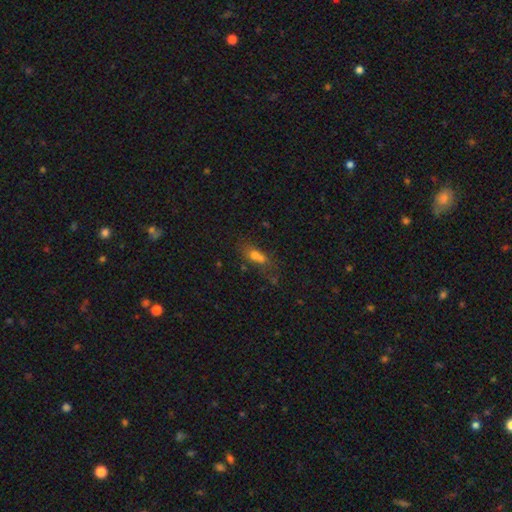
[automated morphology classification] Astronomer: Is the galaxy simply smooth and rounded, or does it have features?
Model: smooth — 61%.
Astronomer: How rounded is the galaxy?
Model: in between — 50% (runner-up: round, 40%).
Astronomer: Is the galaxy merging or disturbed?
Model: merger — 57%.